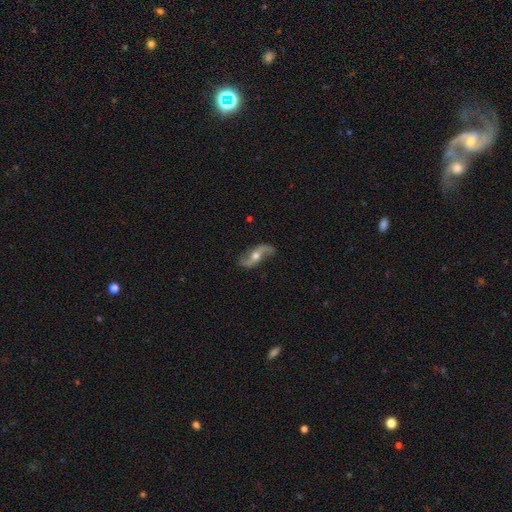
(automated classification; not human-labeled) A featured or disk galaxy (86%) with no bar (54%), 2 (94%) loose (82%) spiral arms (94%) and a moderate central bulge (72%). Merging: none (81%).